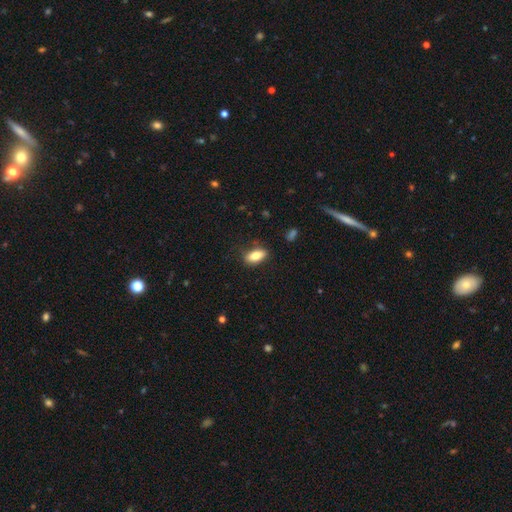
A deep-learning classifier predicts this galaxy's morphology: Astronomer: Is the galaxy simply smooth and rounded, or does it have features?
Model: smooth — 81%.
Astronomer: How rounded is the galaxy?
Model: in between — 84%.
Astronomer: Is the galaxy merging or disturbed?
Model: none — 81%.